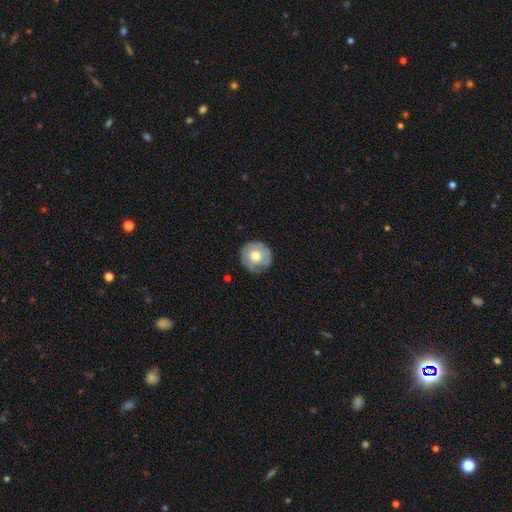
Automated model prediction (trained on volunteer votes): This appears to be a smooth galaxy with no disk features (51%) that is round (90%). Merging: none (74%).